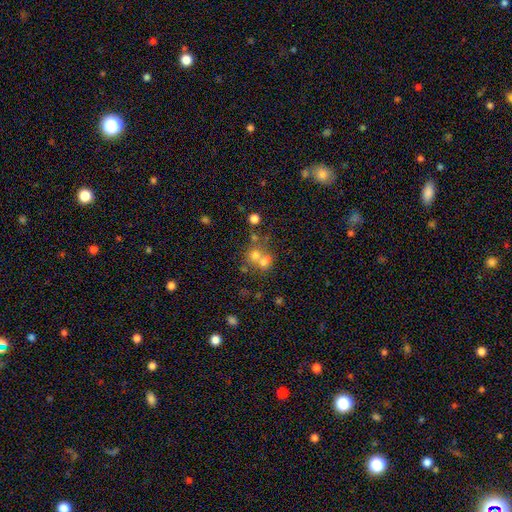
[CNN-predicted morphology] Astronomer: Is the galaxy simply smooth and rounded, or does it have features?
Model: smooth — 62%.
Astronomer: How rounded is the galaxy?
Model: round — 77%.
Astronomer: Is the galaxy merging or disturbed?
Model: merger — 52% (runner-up: none, 35%).